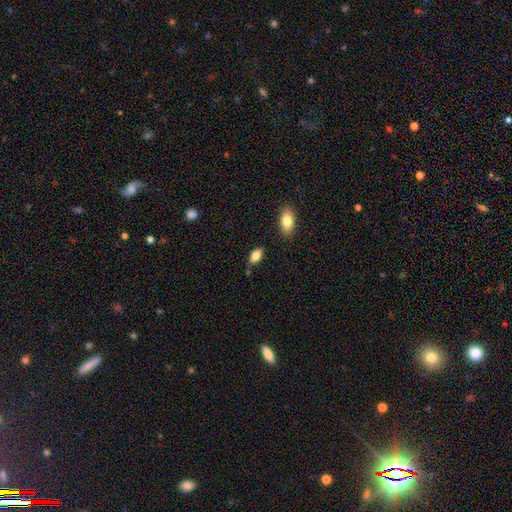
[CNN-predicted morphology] Smooth or featured? smooth (84%)
How rounded? in between (91%)
Merging? none (75%)